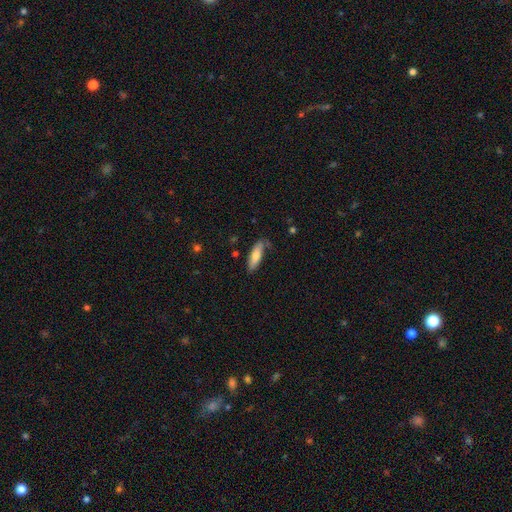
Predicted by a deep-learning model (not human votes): smooth_or_featured: smooth (p=0.77) [alt: featured or disk p=0.17]
how_rounded: cigar-shaped (p=0.51) [alt: in between p=0.47]
merging: none (p=0.73) [alt: minor disturbance p=0.20]